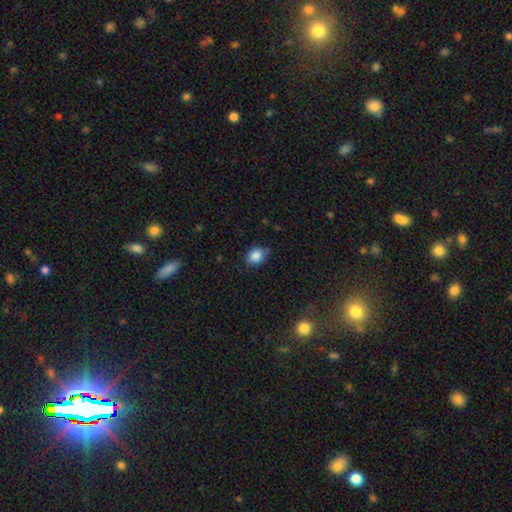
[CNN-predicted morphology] Smooth or featured?
  - smooth: 86% *
  - star or artifact: 9%
  - featured or disk: 5%
How rounded?
  - in between: 55% *
  - round: 44%
  - cigar-shaped: 1%
Merging?
  - none: 74% *
  - minor disturbance: 20%
  - major disturbance: 4%
  - merger: 2%